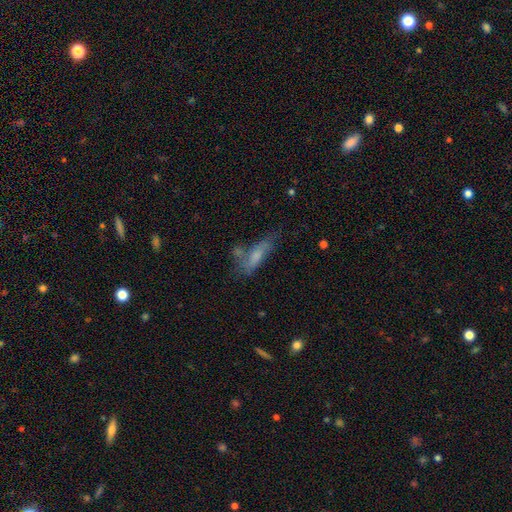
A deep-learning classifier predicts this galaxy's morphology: A smooth galaxy with no disk features (58%) that is cigar-shaped (50%). Merging: none (44%).